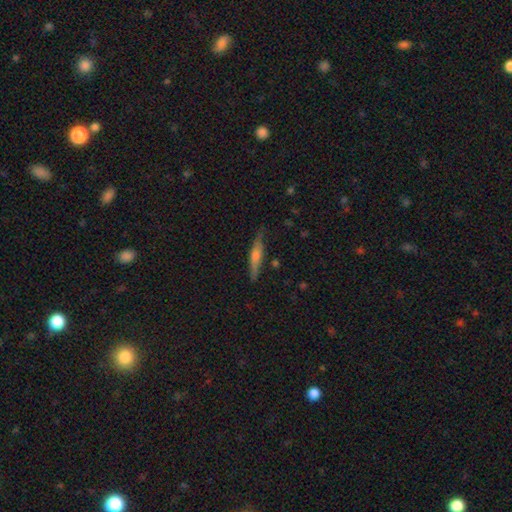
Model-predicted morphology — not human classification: Q: Smooth or featured?
A: featured or disk (56%); runner-up: smooth (37%)
Q: Edge-on disk?
A: yes (95%); runner-up: no (5%)
Q: Edge-on bulge?
A: rounded (74%); runner-up: none (13%)
Q: Merging?
A: none (82%); runner-up: minor disturbance (14%)